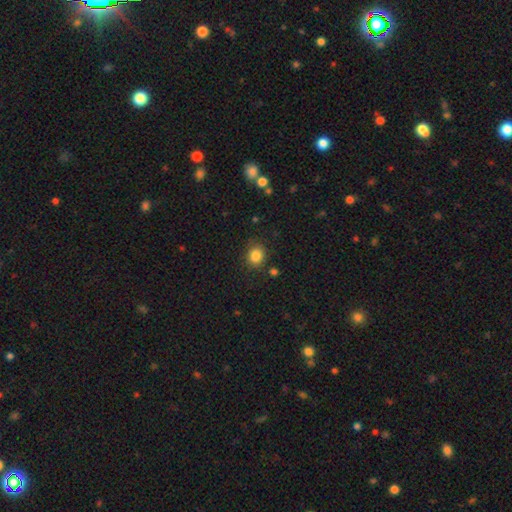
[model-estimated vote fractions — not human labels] Q: Smooth or featured?
A: smooth (84%); runner-up: star or artifact (11%)
Q: How rounded?
A: round (78%); runner-up: in between (21%)
Q: Merging?
A: none (84%); runner-up: minor disturbance (10%)